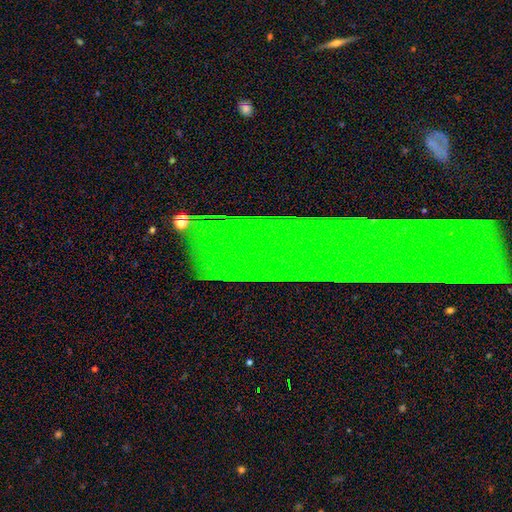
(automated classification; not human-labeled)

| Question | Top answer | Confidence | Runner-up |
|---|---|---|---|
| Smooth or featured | star or artifact | 64% | featured or disk (21%) |